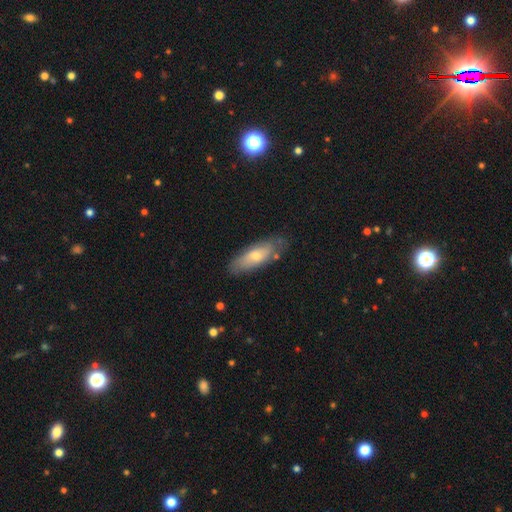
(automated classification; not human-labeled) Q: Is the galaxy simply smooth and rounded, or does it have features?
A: smooth — 58%.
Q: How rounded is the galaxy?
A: in between — 64%.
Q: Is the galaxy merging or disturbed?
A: none — 74%.